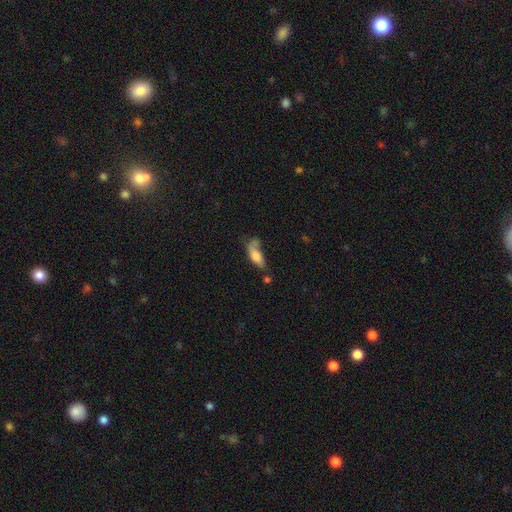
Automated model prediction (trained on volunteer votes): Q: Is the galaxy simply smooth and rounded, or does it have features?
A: smooth — 74%.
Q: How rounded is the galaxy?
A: in between — 76%.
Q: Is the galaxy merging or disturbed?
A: none — 32%.